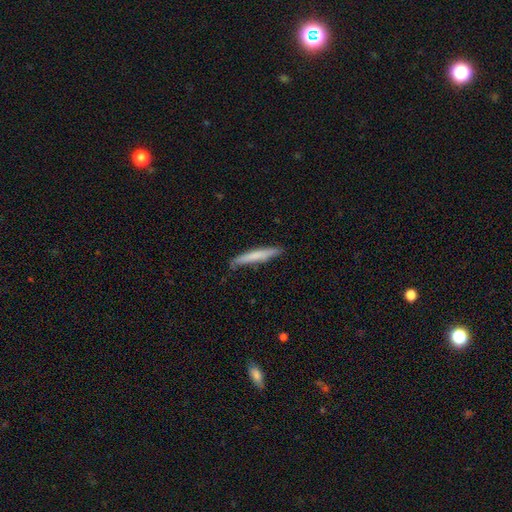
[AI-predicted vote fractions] smooth-or-featured: smooth: 69% | featured or disk: 26% | star or artifact: 5%
  how-rounded: cigar-shaped: 95% | in between: 4% | round: 1%
  merging: none: 82% | minor disturbance: 15% | major disturbance: 2% | merger: 2%